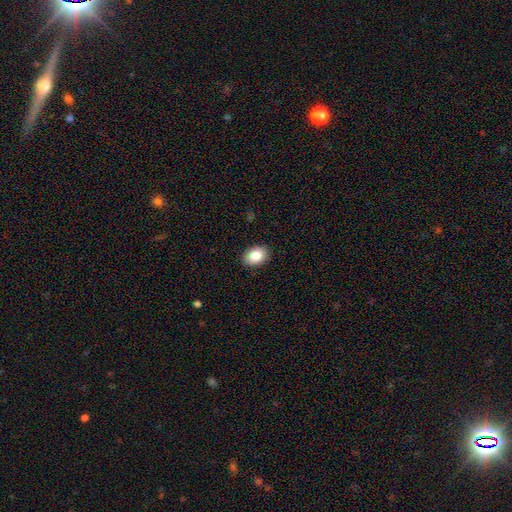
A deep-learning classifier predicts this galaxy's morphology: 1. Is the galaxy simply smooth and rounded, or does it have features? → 84% smooth, 8% star or artifact, 8% featured or disk.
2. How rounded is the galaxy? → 74% in between, 25% round, 1% cigar-shaped.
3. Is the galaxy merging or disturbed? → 90% none, 7% minor disturbance, 2% major disturbance, 1% merger.